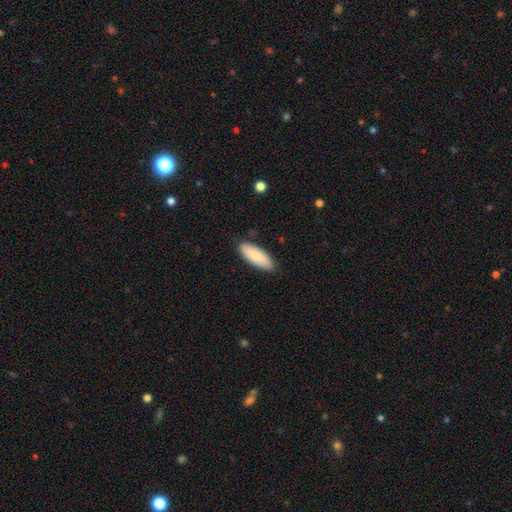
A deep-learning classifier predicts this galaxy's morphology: This is likely a smooth galaxy (80%). How rounded: likely in between (75%). Merging: clearly none (86%).